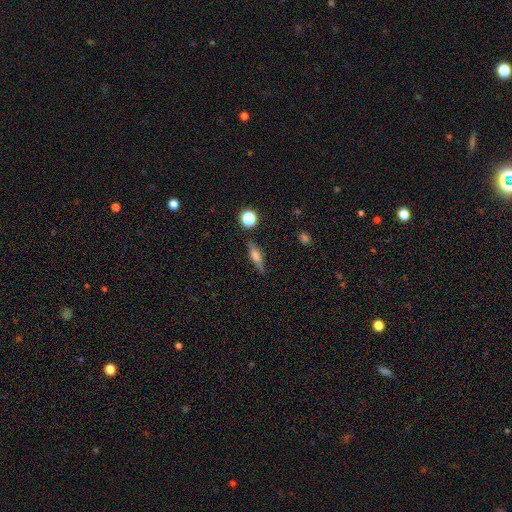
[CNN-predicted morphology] smooth_or_featured: smooth (p=0.47) [alt: featured or disk p=0.43]
merging: none (p=0.82) [alt: minor disturbance p=0.12]